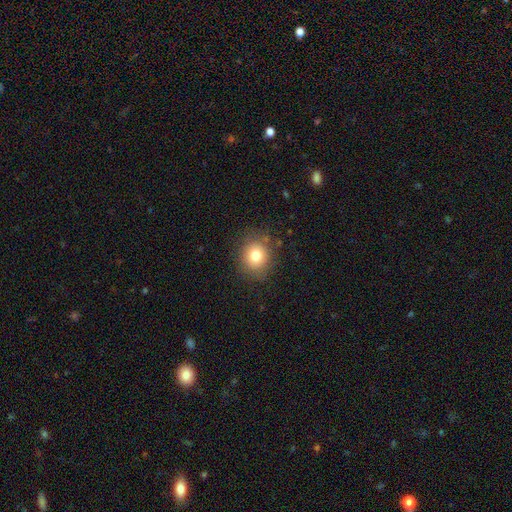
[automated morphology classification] smooth_or_featured: smooth (p=0.78) [alt: star or artifact p=0.12]
how_rounded: round (p=0.79) [alt: in between p=0.20]
merging: none (p=0.84) [alt: minor disturbance p=0.11]